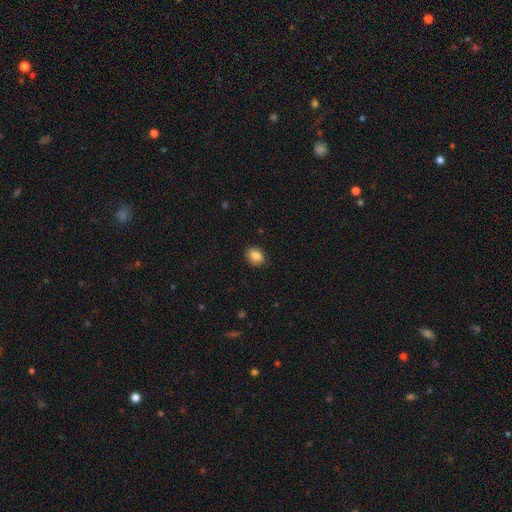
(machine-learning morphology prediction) type=smooth (85%); roundness=in between (59%); merging=none (88%).